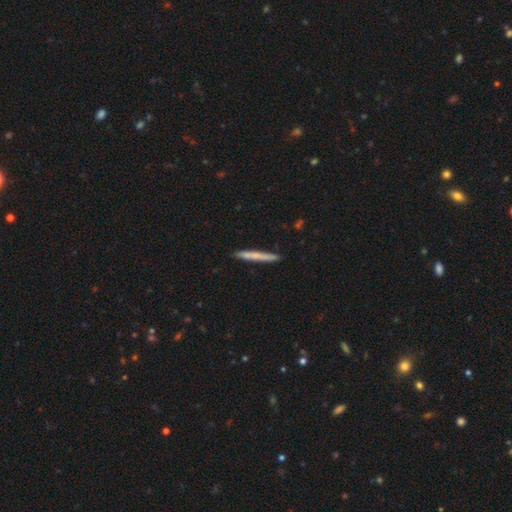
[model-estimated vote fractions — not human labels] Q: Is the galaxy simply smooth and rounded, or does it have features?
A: smooth — 68%.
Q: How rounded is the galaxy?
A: cigar-shaped — 97%.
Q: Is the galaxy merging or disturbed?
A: none — 91%.